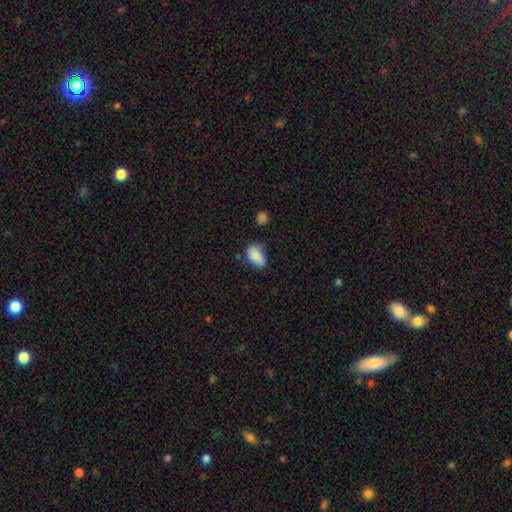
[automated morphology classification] smooth 84%, featured or disk 9%, star or artifact 8%. Down the decision tree: how rounded — in between (91%); merging — none (54%).